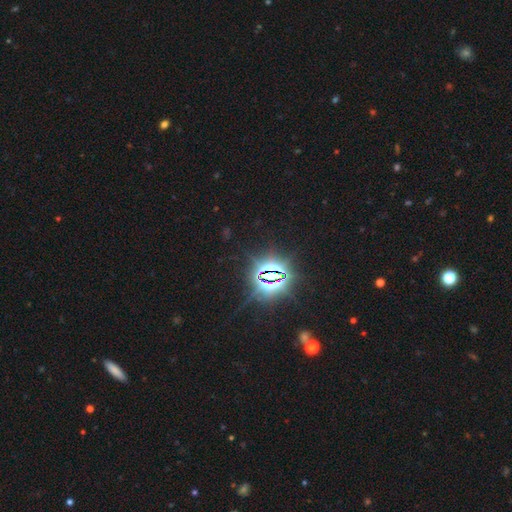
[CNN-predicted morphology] Q: Smooth or featured?
A: star or artifact (84%); runner-up: smooth (9%)